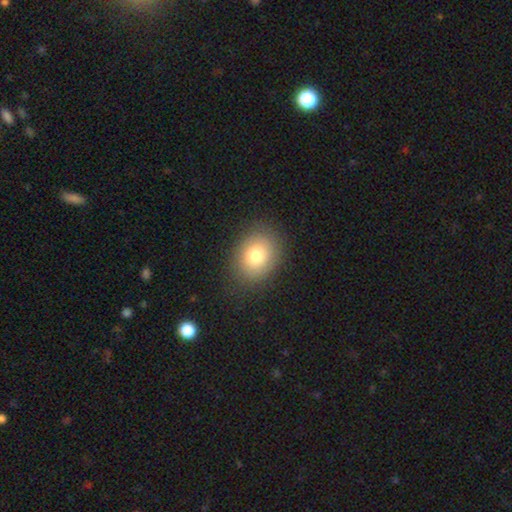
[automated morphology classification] This appears to be a smooth galaxy with no disk features (79%) that is in between round and cigar-shaped (51%). Merging: none (85%).